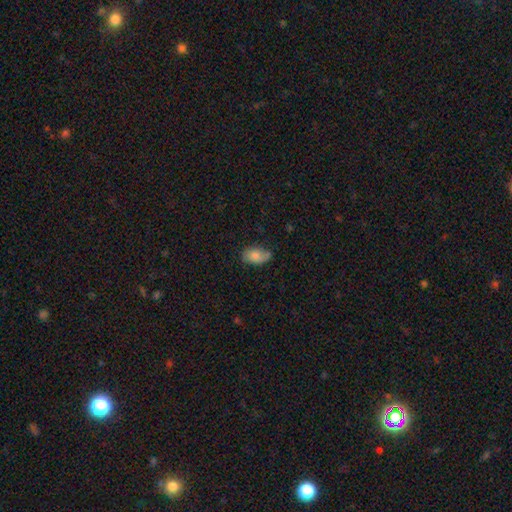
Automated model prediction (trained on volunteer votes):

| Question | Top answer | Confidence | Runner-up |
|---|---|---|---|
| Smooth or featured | smooth | 78% | featured or disk (14%) |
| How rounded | in between | 91% | round (7%) |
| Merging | none | 62% | minor disturbance (30%) |